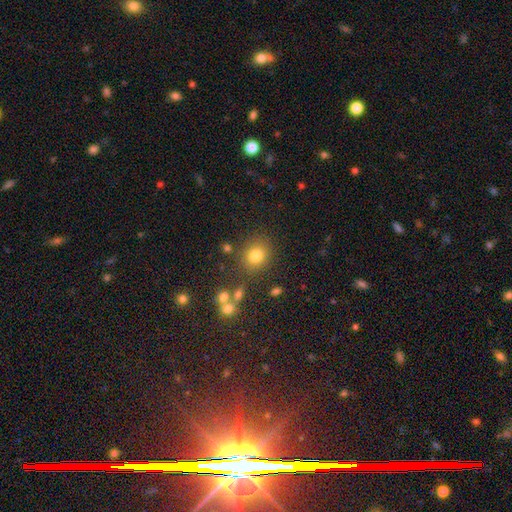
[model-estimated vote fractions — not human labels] smooth_or_featured: smooth (p=0.78) [alt: star or artifact p=0.14]
how_rounded: round (p=0.75) [alt: in between p=0.24]
merging: none (p=0.79) [alt: minor disturbance p=0.11]